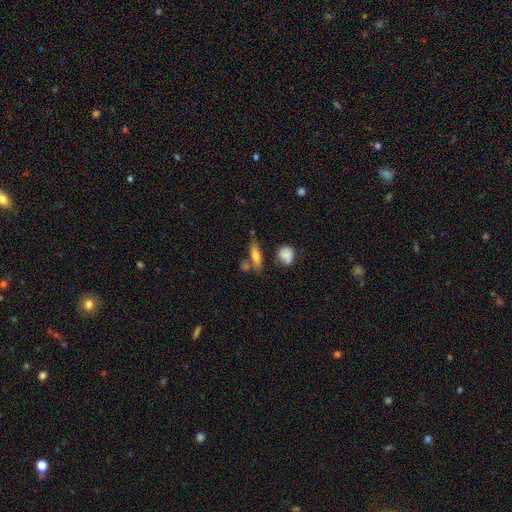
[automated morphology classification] smooth_or_featured: smooth (p=0.65) [alt: featured or disk p=0.26]
how_rounded: cigar-shaped (p=0.58) [alt: in between p=0.37]
merging: none (p=0.61) [alt: minor disturbance p=0.17]